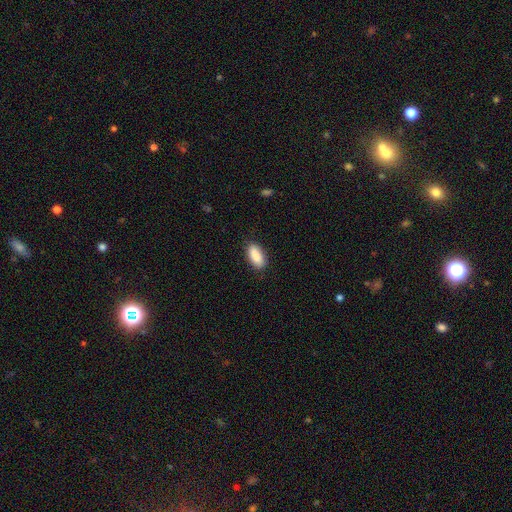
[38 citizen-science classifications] smooth_or_featured: smooth (p=0.92) [alt: star or artifact p=0.05]
how_rounded: in between (p=0.83) [alt: cigar-shaped p=0.11]
merging: none (p=0.92) [alt: minor disturbance p=0.06]